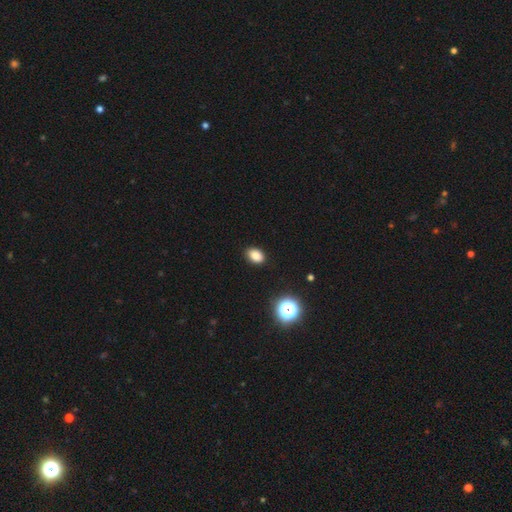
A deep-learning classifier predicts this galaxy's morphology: Smooth or featured? smooth (84%)
How rounded? in between (77%)
Merging? none (88%)